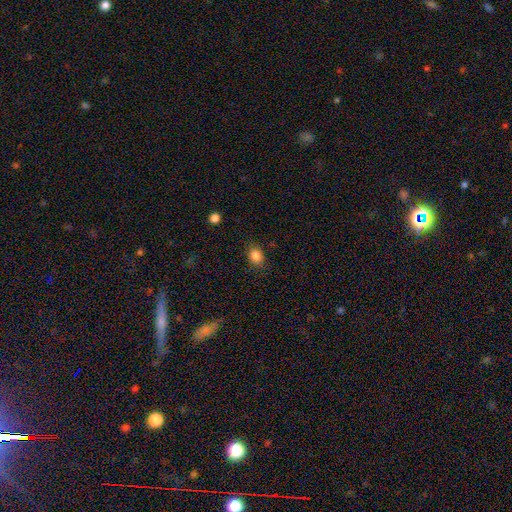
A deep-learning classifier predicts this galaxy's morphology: smooth_or_featured: smooth (p=0.85) [alt: star or artifact p=0.11]
how_rounded: round (p=0.50) [alt: in between p=0.49]
merging: none (p=0.84) [alt: minor disturbance p=0.12]